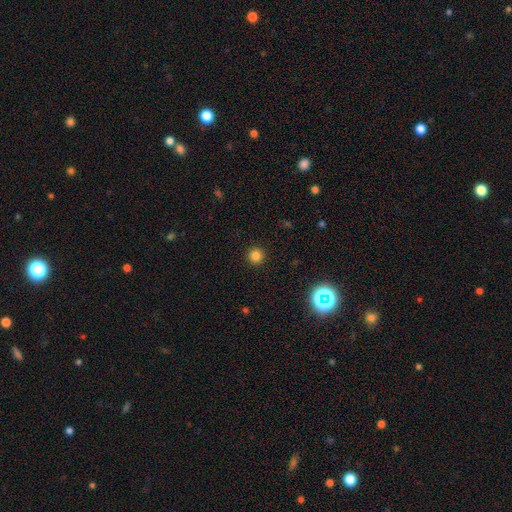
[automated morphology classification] smooth_or_featured: smooth (p=0.82) [alt: star or artifact p=0.14]
how_rounded: round (p=0.95) [alt: in between p=0.04]
merging: none (p=0.93) [alt: minor disturbance p=0.04]